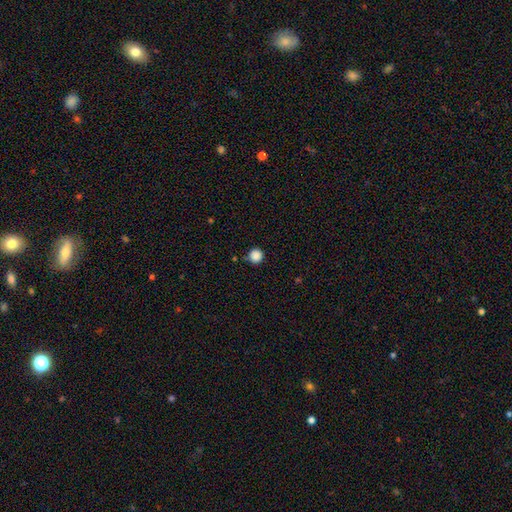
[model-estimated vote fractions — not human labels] Morphology: type=smooth (87%); roundness=round (95%); merging=none (83%).